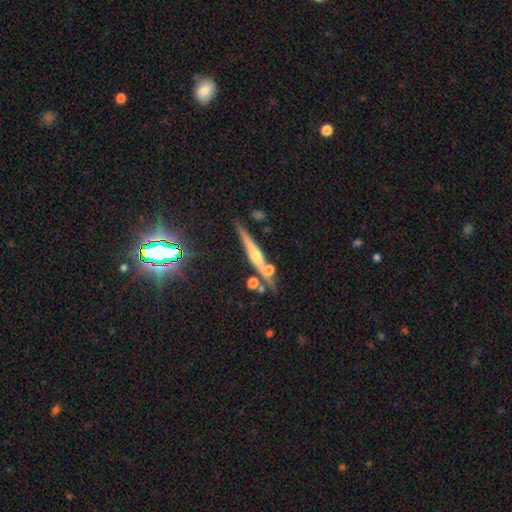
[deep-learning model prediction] Morphology: type=featured or disk (61%); edge-on=yes (94%); edge-on bulge=rounded (79%); merging=none (72%).